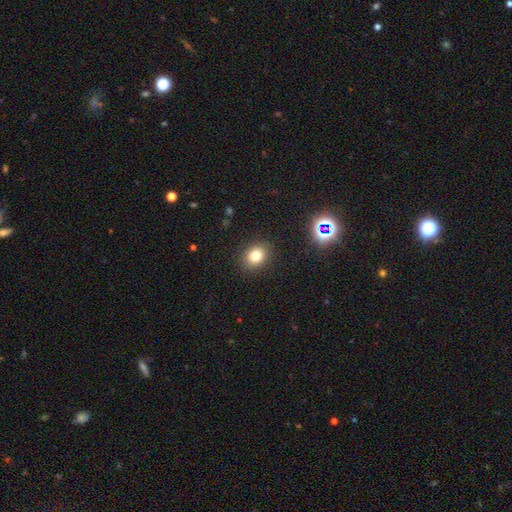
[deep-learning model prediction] Smooth or featured? Predicted: smooth (p=0.79). How rounded? Predicted: round (p=0.55). Merging? Predicted: none (p=0.88).